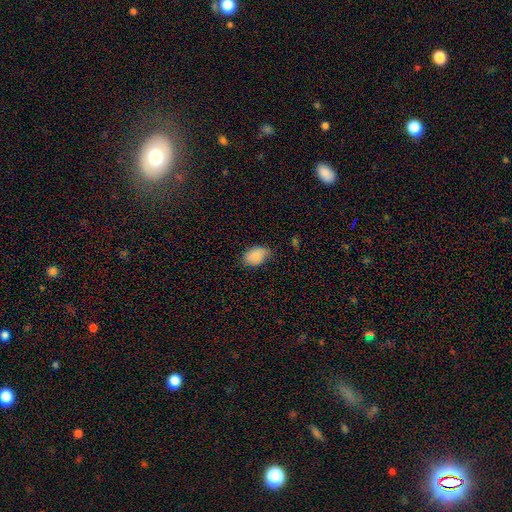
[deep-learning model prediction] Smooth or featured? smooth (87%)
How rounded? in between (83%)
Merging? none (71%)